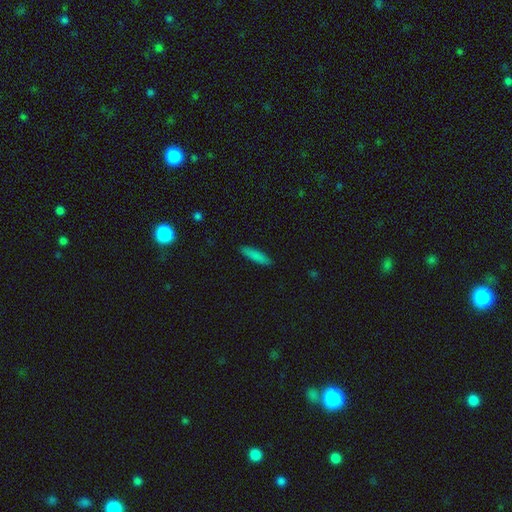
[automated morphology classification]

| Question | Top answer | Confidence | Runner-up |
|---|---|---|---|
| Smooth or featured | smooth | 84% | featured or disk (9%) |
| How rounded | cigar-shaped | 81% | in between (17%) |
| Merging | none | 89% | minor disturbance (8%) |